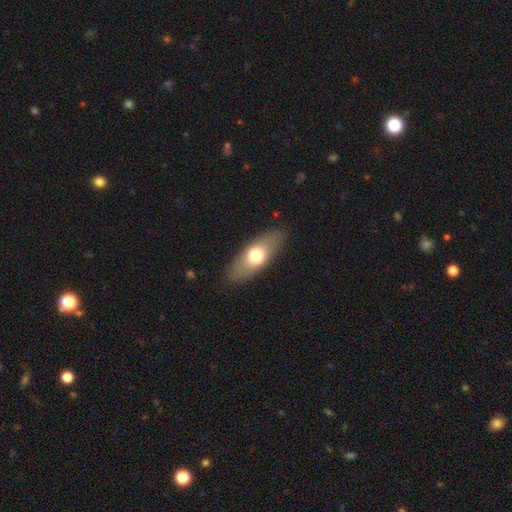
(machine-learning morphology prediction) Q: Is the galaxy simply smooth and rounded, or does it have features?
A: smooth — 65%.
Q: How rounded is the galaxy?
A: in between — 73%.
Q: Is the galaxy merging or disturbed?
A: none — 85%.